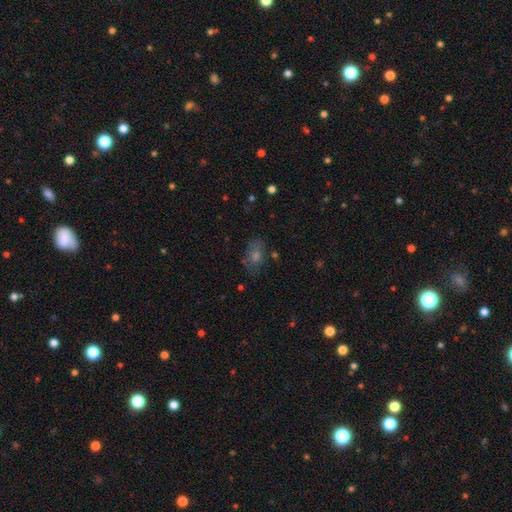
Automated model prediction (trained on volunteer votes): Smooth or featured? smooth (50%)
Merging? none (70%)